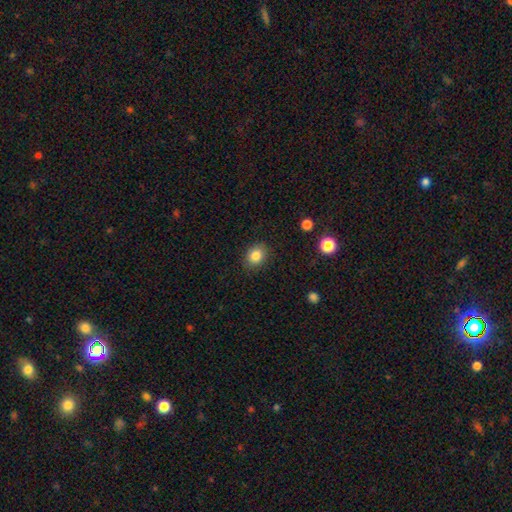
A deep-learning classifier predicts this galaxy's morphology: Smooth or featured? Predicted: smooth (p=0.84). How rounded? Predicted: round (p=0.59). Merging? Predicted: none (p=0.87).